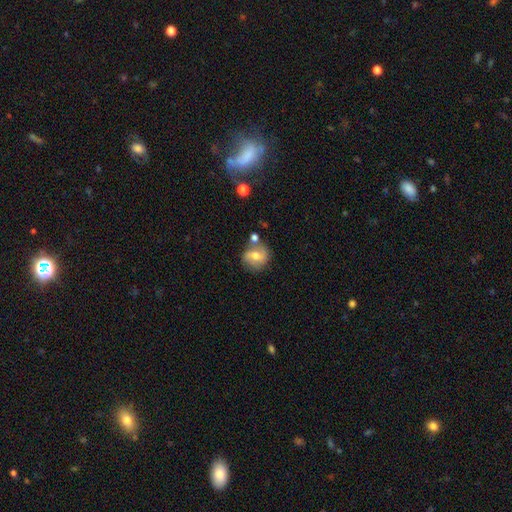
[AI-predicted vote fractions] Smooth or featured?
  - smooth: 50% *
  - featured or disk: 41%
  - star or artifact: 9%
How rounded?
  - round: 80% *
  - in between: 19%
  - cigar-shaped: 1%
Merging?
  - none: 63% *
  - minor disturbance: 18%
  - merger: 14%
  - major disturbance: 6%